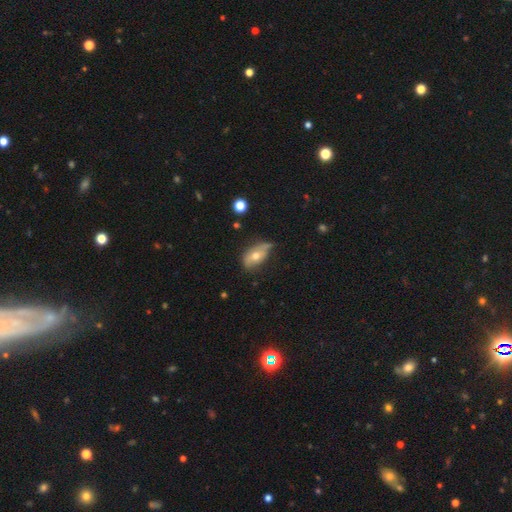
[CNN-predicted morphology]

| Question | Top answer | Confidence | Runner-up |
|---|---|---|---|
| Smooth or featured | smooth | 50% | featured or disk (42%) |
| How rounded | in between | 86% | round (8%) |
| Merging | none | 43% | minor disturbance (38%) |